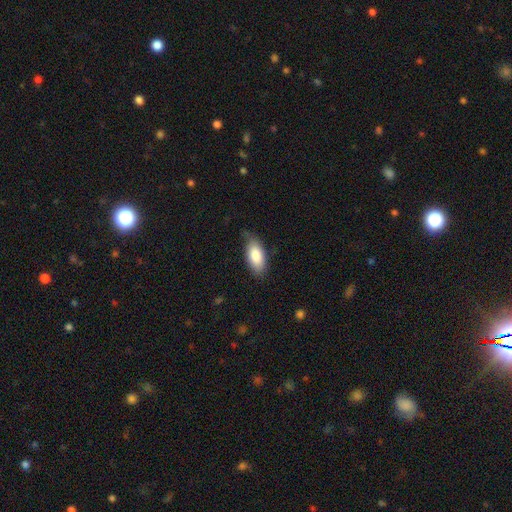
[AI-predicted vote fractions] Smooth or featured? smooth (85%)
How rounded? in between (91%)
Merging? none (71%)